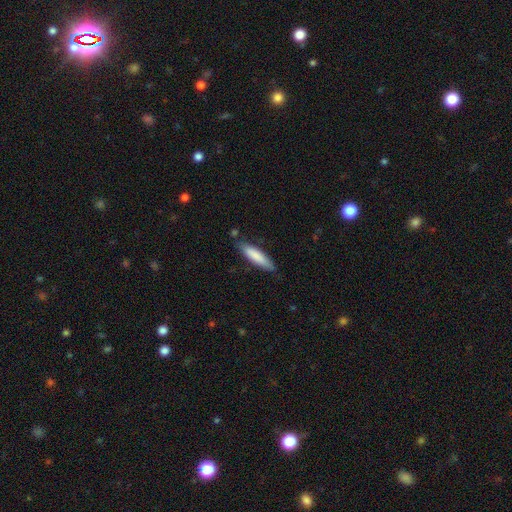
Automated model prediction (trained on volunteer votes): A smooth galaxy with no disk features (81%) that is cigar-shaped (75%). Merging: none (80%).